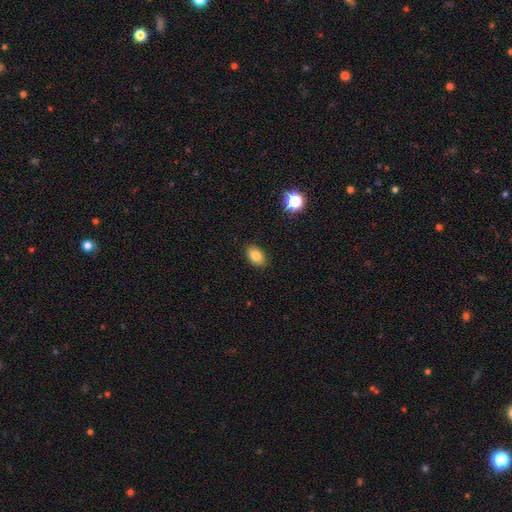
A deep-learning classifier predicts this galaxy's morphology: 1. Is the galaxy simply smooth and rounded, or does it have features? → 82% smooth, 10% star or artifact, 8% featured or disk.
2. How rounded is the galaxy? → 88% in between, 10% round, 2% cigar-shaped.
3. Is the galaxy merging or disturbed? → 88% none, 9% minor disturbance, 2% major disturbance, 1% merger.